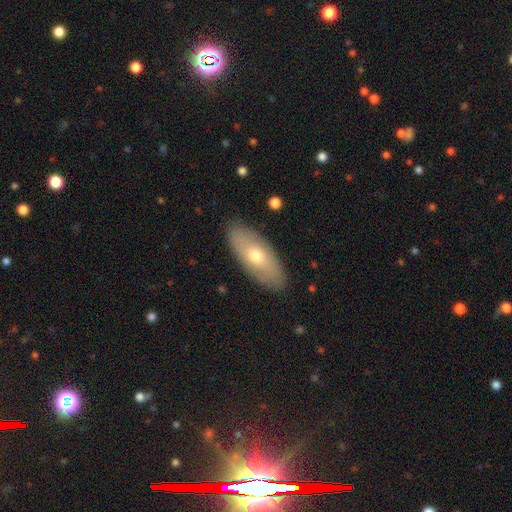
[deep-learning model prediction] smooth_or_featured: smooth (p=0.55) [alt: featured or disk p=0.37]
how_rounded: in between (p=0.82) [alt: cigar-shaped p=0.15]
merging: none (p=0.88) [alt: minor disturbance p=0.09]